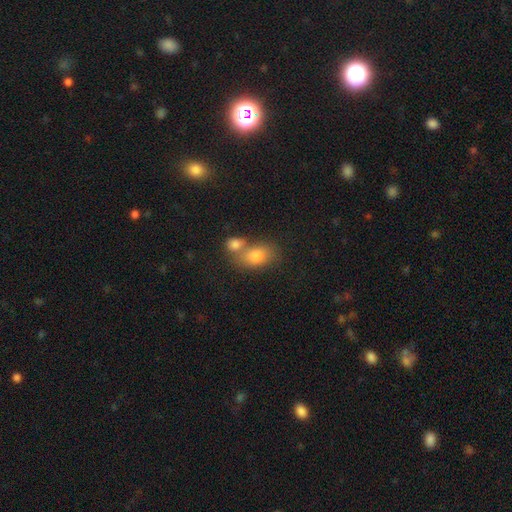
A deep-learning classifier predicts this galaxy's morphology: Smooth or featured?
  - smooth: 78% *
  - featured or disk: 12%
  - star or artifact: 10%
How rounded?
  - in between: 73% *
  - round: 26%
  - cigar-shaped: 2%
Merging?
  - merger: 48% *
  - none: 38%
  - minor disturbance: 10%
  - major disturbance: 4%